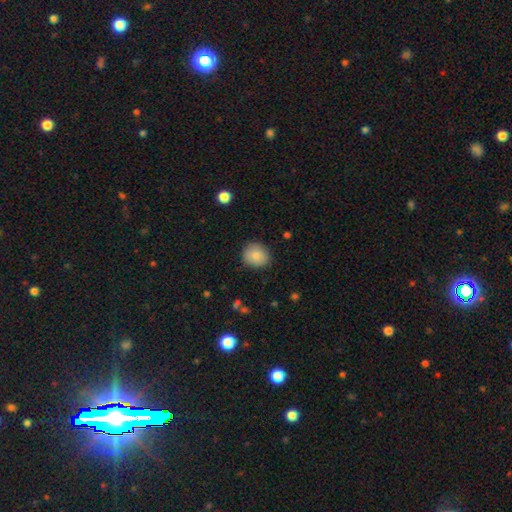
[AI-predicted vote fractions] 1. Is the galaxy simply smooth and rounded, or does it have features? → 86% smooth, 8% star or artifact, 6% featured or disk.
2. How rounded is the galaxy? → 78% round, 21% in between, 1% cigar-shaped.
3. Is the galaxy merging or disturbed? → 85% none, 11% minor disturbance, 3% major disturbance, 1% merger.